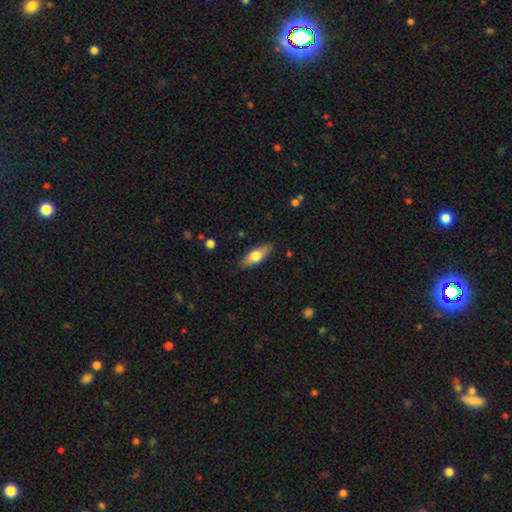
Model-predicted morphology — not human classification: smooth-or-featured: smooth: 63% | featured or disk: 31% | star or artifact: 6%
  how-rounded: in between: 70% | cigar-shaped: 27% | round: 3%
  merging: none: 85% | minor disturbance: 12% | major disturbance: 2% | merger: 1%